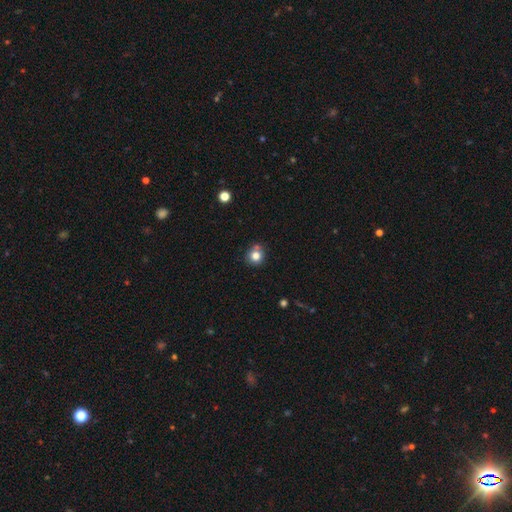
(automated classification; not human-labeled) A smooth galaxy with no disk features (79%) that is round (89%). Merging: none (72%).